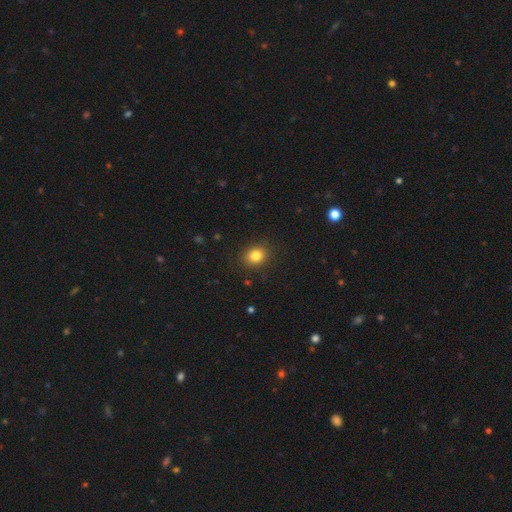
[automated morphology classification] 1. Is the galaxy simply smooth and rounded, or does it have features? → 83% smooth, 11% star or artifact, 6% featured or disk.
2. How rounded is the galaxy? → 63% round, 36% in between, 1% cigar-shaped.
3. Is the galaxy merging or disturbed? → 89% none, 8% minor disturbance, 2% major disturbance, 1% merger.